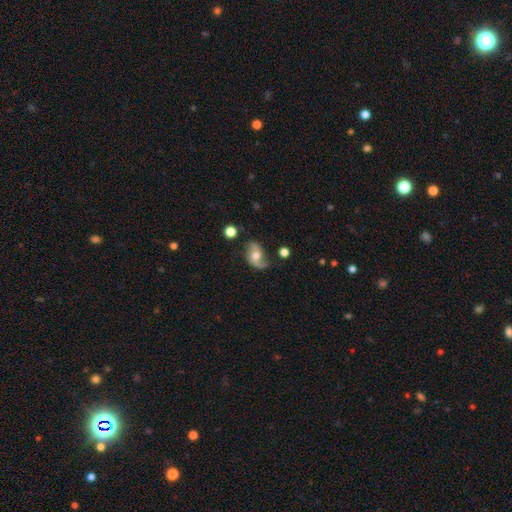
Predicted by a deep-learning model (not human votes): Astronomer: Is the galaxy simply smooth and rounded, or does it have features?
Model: featured or disk — 68%.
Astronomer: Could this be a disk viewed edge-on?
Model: no — 96%.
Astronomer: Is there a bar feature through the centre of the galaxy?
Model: no — 64%.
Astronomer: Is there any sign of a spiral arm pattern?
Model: yes — 89%.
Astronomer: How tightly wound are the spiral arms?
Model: loose — 68%.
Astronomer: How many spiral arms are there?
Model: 2 — 82%.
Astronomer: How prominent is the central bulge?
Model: moderate — 71%.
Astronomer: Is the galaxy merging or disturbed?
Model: none — 62%.